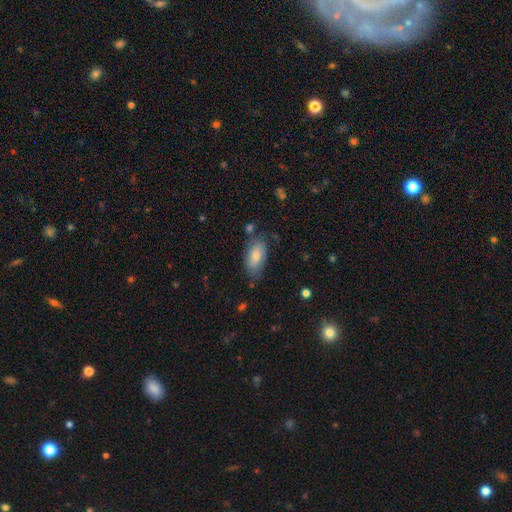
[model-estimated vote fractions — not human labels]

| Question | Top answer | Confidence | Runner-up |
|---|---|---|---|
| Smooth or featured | smooth | 81% | featured or disk (13%) |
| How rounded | in between | 92% | cigar-shaped (5%) |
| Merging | none | 68% | minor disturbance (22%) |